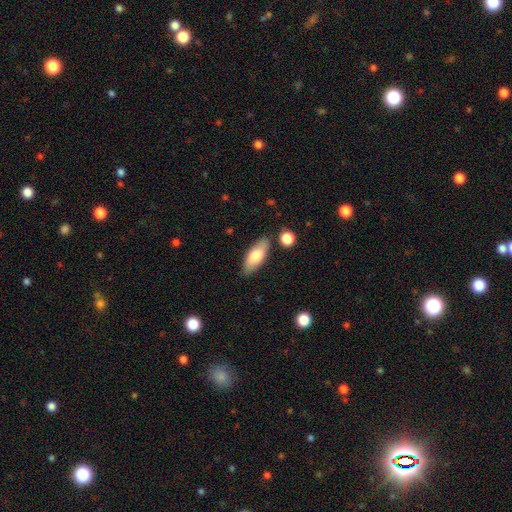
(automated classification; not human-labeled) Smooth or featured?
  - smooth: 76% *
  - featured or disk: 18%
  - star or artifact: 6%
How rounded?
  - in between: 75% *
  - cigar-shaped: 23%
  - round: 2%
Merging?
  - none: 81% *
  - minor disturbance: 13%
  - merger: 4%
  - major disturbance: 3%